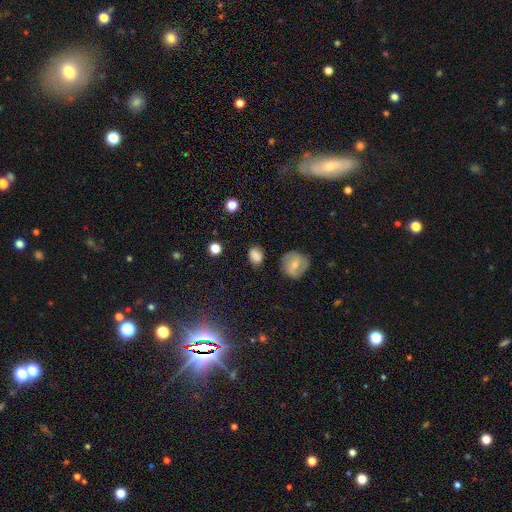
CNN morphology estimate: smooth-or-featured: smooth: 78% | featured or disk: 11% | star or artifact: 11%
  how-rounded: in between: 72% | round: 26% | cigar-shaped: 2%
  merging: none: 73% | minor disturbance: 18% | major disturbance: 5% | merger: 4%